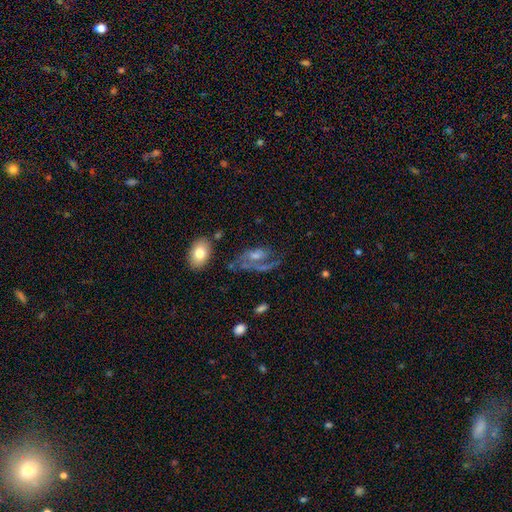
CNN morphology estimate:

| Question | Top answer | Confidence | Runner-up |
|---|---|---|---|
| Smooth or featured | featured or disk | 69% | smooth (20%) |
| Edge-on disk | no | 95% | yes (5%) |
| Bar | no | 59% | weak (32%) |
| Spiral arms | yes | 79% | no (21%) |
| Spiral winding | medium | 42% | loose (30%) |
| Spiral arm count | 1 | 48% | 2 (32%) |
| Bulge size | small | 45% | moderate (35%) |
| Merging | none | 44% | major disturbance (31%) |